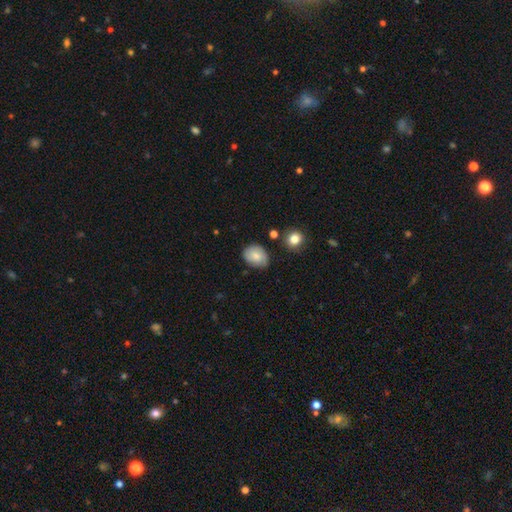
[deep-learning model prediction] This is likely a smooth galaxy (78%). How rounded: likely in between (63%). Merging: likely none (70%).